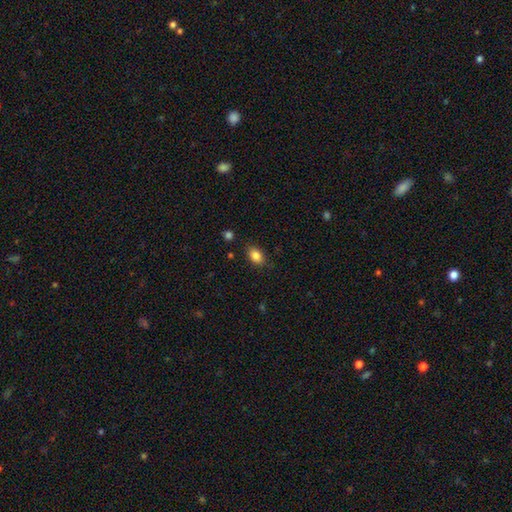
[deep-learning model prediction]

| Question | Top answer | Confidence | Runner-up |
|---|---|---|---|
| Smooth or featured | smooth | 85% | star or artifact (9%) |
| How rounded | in between | 83% | round (16%) |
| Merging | none | 84% | minor disturbance (12%) |